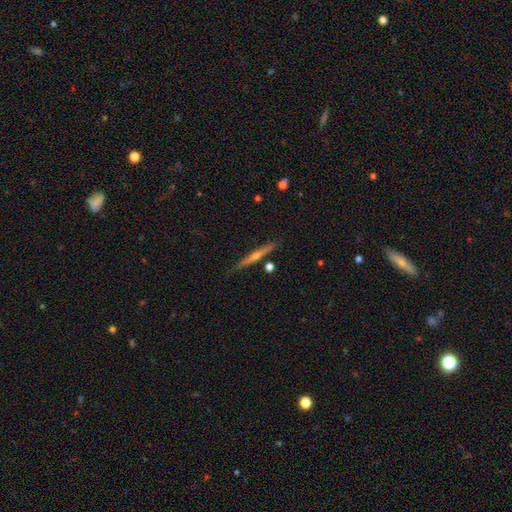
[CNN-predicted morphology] The model was most divided on "smooth or featured": featured or disk: 73%, smooth: 20%, star or artifact: 7%. More confident: edge-on disk — yes (98%); merging — none (88%); edge-on bulge — rounded (81%).